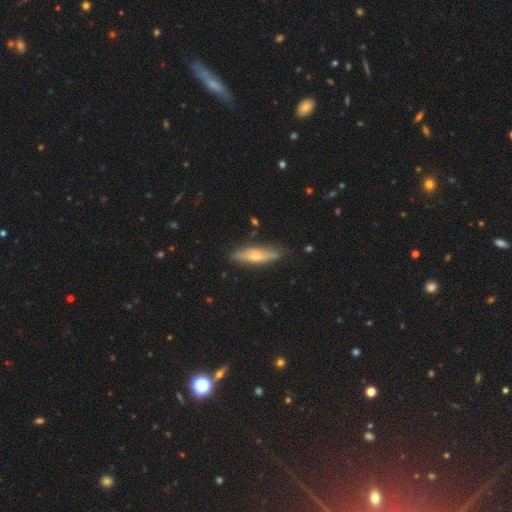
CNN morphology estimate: Overall: featured or disk (55%; smooth 38%). Edge-on disk: yes (83%). Merging: none (84%).